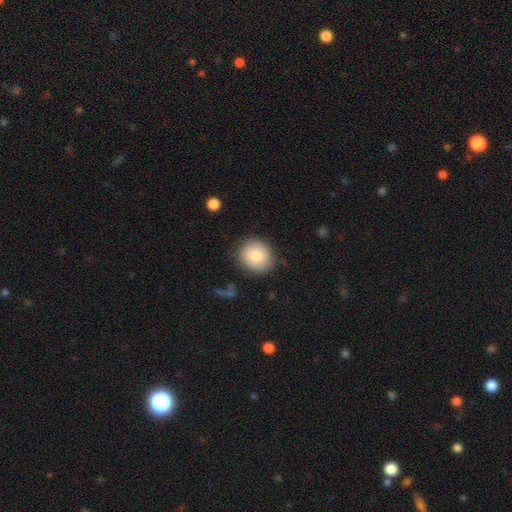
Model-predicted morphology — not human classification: Q: Smooth or featured?
A: smooth (85%); runner-up: featured or disk (7%)
Q: How rounded?
A: round (82%); runner-up: in between (17%)
Q: Merging?
A: none (82%); runner-up: minor disturbance (12%)